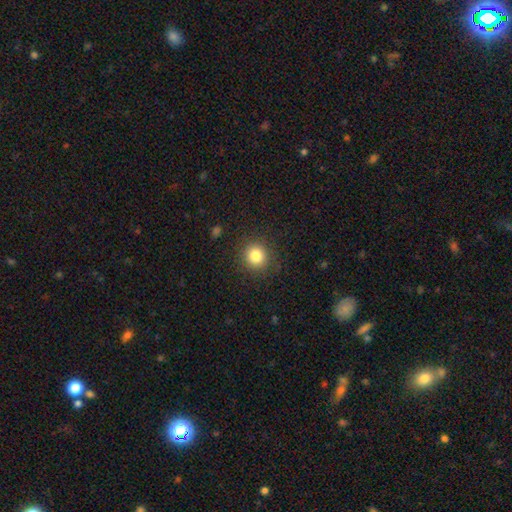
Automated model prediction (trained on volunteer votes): A smooth galaxy with no disk features (82%) that is round (89%).

Vote fractions:
- Smooth or featured? smooth: 82% / star or artifact: 12% / featured or disk: 6%
- How rounded? round: 89% / in between: 10% / cigar-shaped: 1%
- Merging? none: 89% / minor disturbance: 7% / major disturbance: 3% / merger: 1%